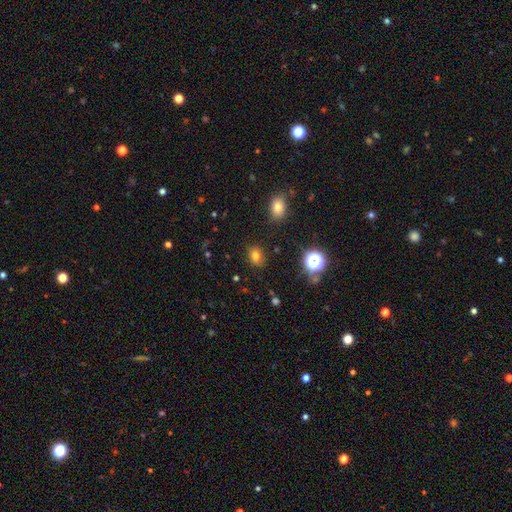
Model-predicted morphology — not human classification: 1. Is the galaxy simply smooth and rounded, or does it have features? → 75% smooth, 17% star or artifact, 8% featured or disk.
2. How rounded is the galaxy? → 61% in between, 38% round, 1% cigar-shaped.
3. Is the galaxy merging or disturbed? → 83% none, 11% minor disturbance, 3% major disturbance, 2% merger.